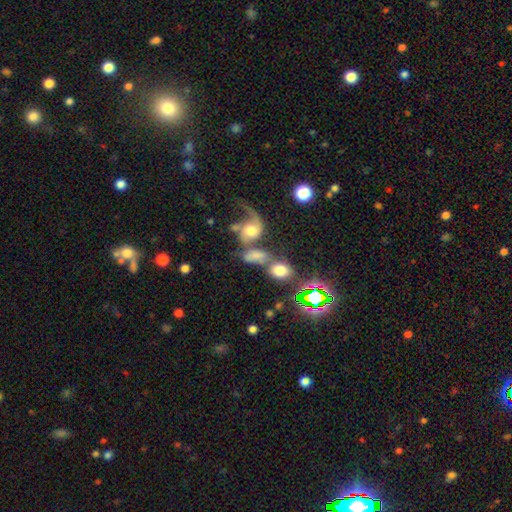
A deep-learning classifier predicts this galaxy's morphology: smooth_or_featured: smooth (p=0.50) [alt: featured or disk p=0.34]
merging: merger (p=0.56) [alt: major disturbance p=0.18]